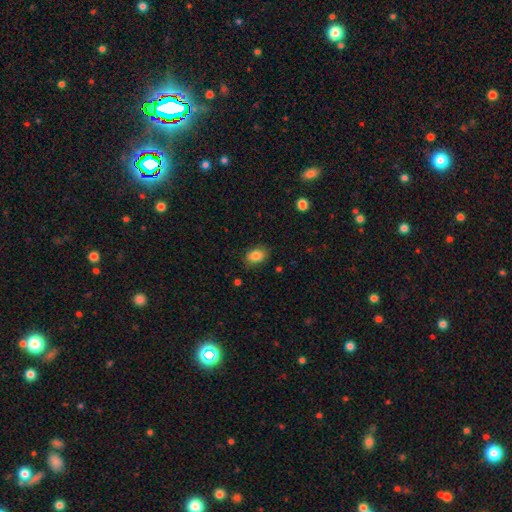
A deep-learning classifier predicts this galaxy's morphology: type=smooth (85%); roundness=in between (78%); merging=none (82%).